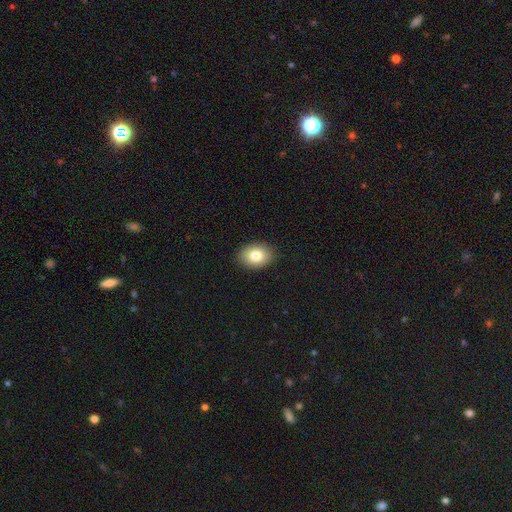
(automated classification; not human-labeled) Overall: smooth (81%). How rounded: in between (72%). Merging: none (89%).